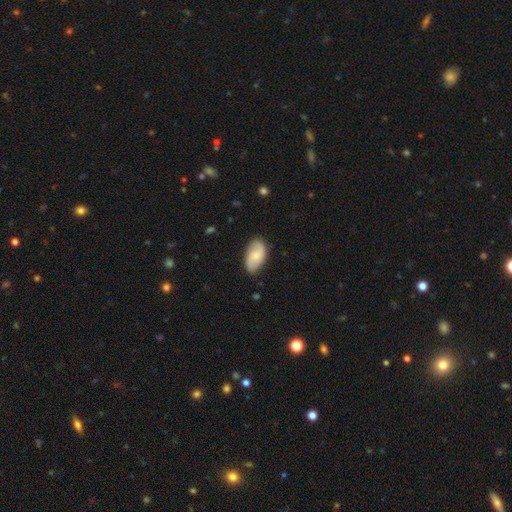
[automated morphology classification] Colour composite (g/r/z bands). It shows a smooth galaxy with no disk features (58%) that is in between round and cigar-shaped (94%). Merging: none (78%).